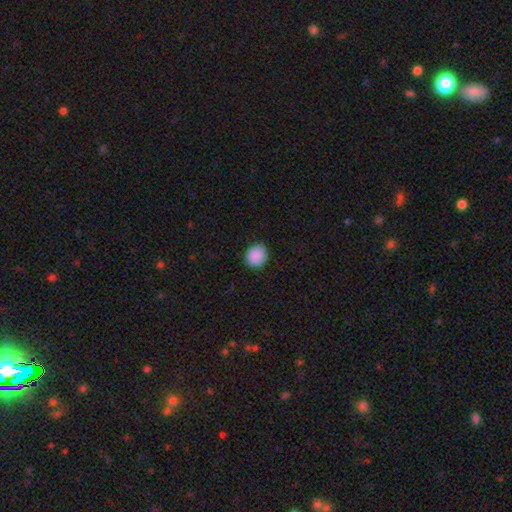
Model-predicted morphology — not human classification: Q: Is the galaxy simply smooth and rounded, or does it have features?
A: smooth — 90%.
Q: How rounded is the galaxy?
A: round — 84%.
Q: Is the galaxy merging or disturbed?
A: none — 90%.